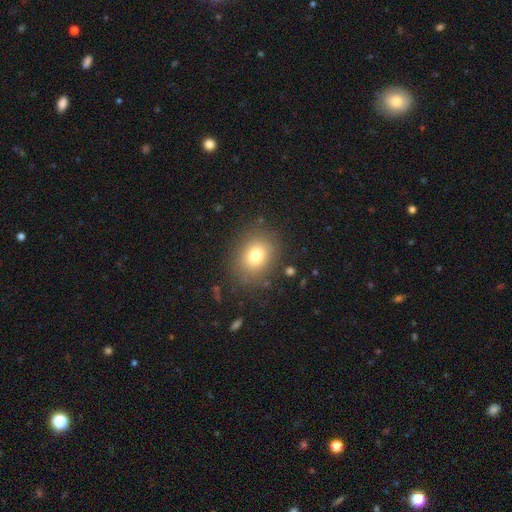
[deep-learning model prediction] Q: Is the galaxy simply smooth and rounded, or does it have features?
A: smooth — 77%.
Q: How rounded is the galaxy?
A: round — 52%.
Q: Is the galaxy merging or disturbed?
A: none — 84%.